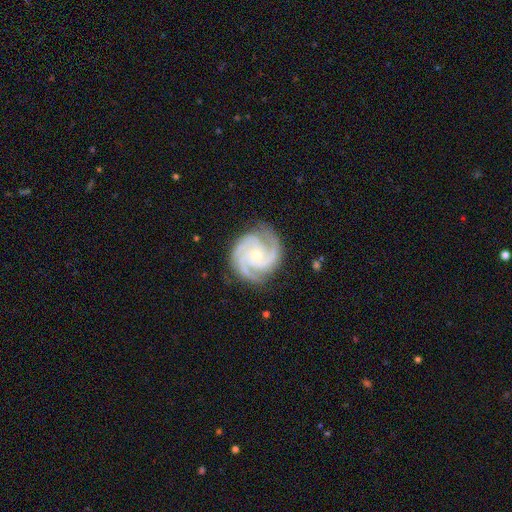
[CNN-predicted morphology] A featured or disk galaxy (94%) with no bar (72%), 3 (68%) tight (62%) spiral arms (99%) and a small central bulge (64%). Merging: none (81%).